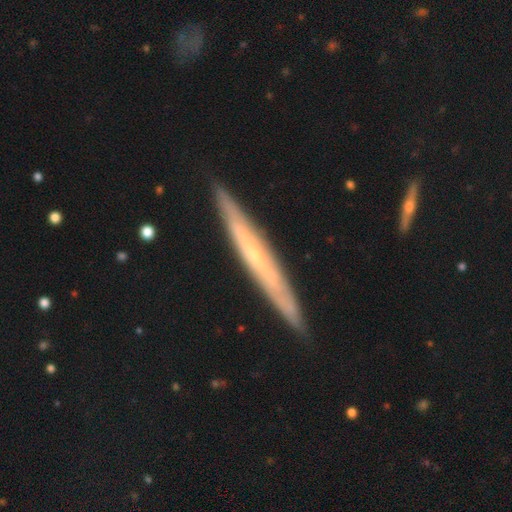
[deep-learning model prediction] Morphology: type=featured or disk (70%); edge-on=yes (88%); edge-on bulge=none (59%); merging=none (88%).